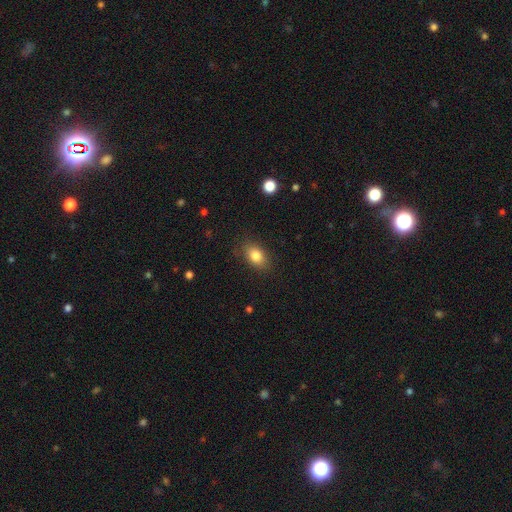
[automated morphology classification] This appears to be a smooth galaxy with no disk features (83%) that is in between round and cigar-shaped (82%). Merging: none (84%).